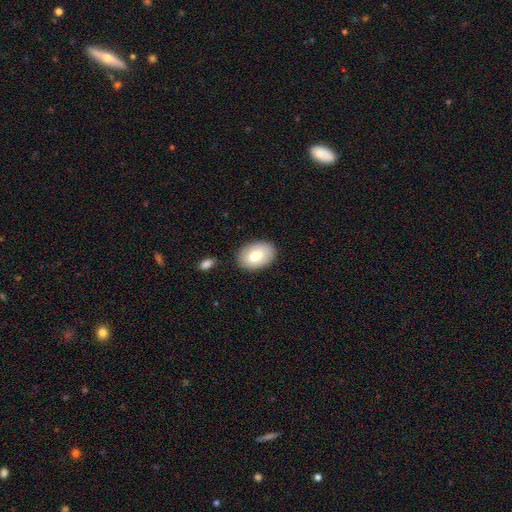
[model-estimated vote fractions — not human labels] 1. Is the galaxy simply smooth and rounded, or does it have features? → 75% smooth, 18% featured or disk, 6% star or artifact.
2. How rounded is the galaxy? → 84% in between, 15% round, 1% cigar-shaped.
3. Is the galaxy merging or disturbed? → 86% none, 10% minor disturbance, 2% major disturbance, 2% merger.